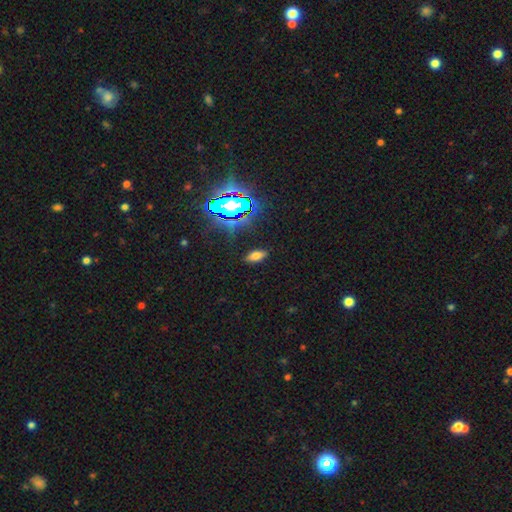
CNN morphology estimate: Smooth or featured?
  - smooth: 66% *
  - star or artifact: 24%
  - featured or disk: 10%
How rounded?
  - in between: 87% *
  - cigar-shaped: 9%
  - round: 5%
Merging?
  - none: 87% *
  - minor disturbance: 9%
  - major disturbance: 3%
  - merger: 2%